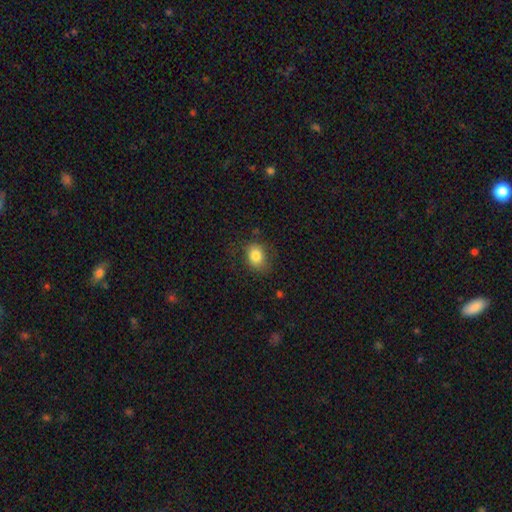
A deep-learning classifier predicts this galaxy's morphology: smooth-or-featured: smooth: 83% | star or artifact: 9% | featured or disk: 8%
  how-rounded: in between: 62% | round: 37% | cigar-shaped: 1%
  merging: none: 75% | minor disturbance: 17% | major disturbance: 6% | merger: 1%